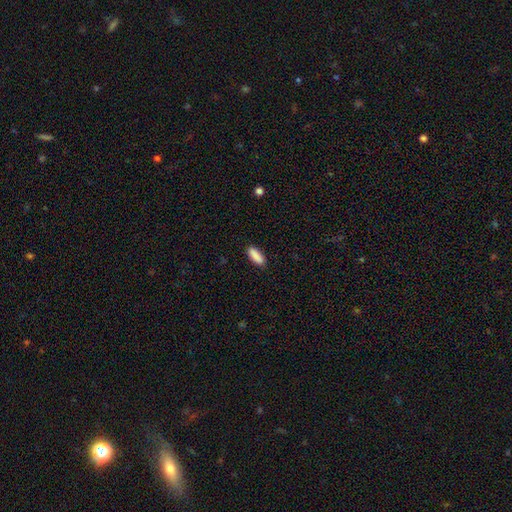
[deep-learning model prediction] Smooth or featured? smooth (90%)
How rounded? in between (69%)
Merging? none (88%)